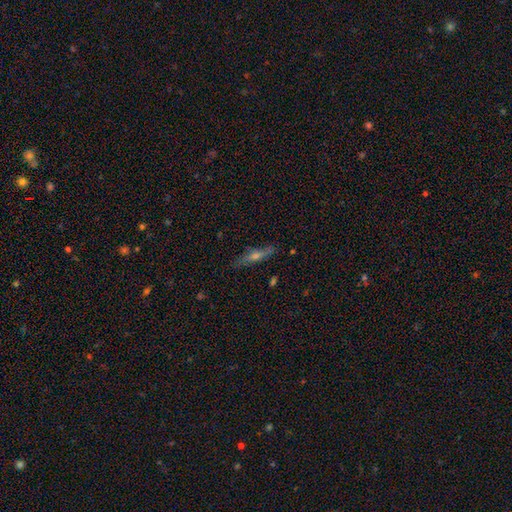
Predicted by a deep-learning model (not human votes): This appears to be a featured or disk galaxy (59%) viewed edge-on (84%). Merging: none (82%).